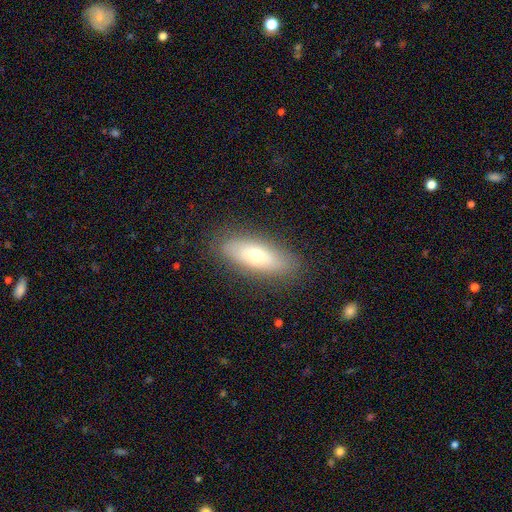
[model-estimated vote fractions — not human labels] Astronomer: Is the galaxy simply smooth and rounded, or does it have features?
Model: smooth — 62%.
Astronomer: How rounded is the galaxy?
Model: in between — 65%.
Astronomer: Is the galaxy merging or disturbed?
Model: none — 85%.